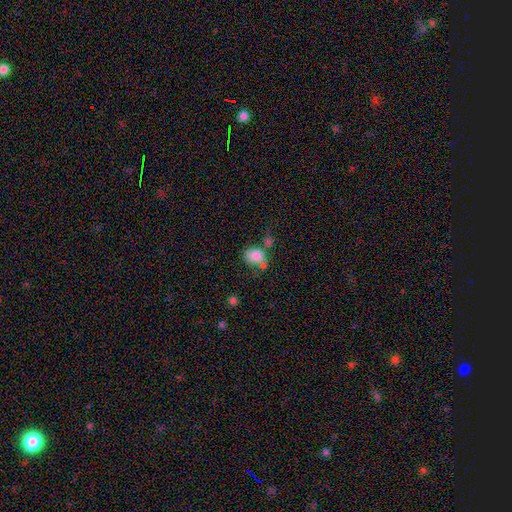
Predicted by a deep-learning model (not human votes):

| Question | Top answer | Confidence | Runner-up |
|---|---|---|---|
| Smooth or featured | smooth | 81% | star or artifact (10%) |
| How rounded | round | 51% | in between (48%) |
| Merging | none | 44% | merger (27%) |